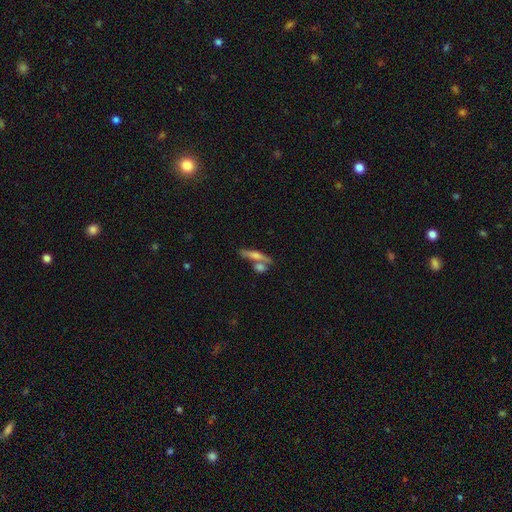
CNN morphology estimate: The model was most divided on "smooth or featured": featured or disk: 46%, smooth: 45%, star or artifact: 9%. More confident: merging — none (58%).